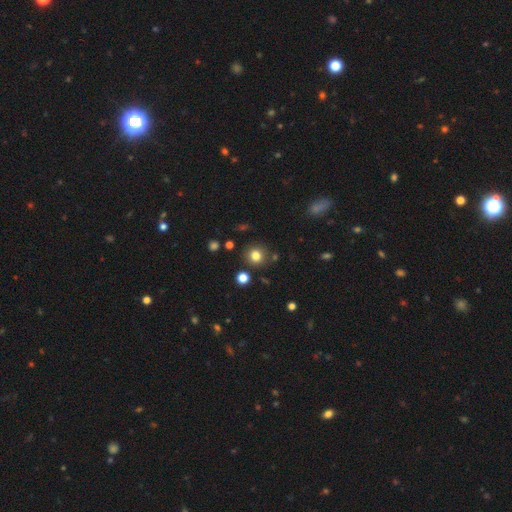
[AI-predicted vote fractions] A smooth galaxy with no disk features (81%) that is round (89%).

Vote fractions:
- Smooth or featured? smooth: 81% / star or artifact: 13% / featured or disk: 6%
- How rounded? round: 89% / in between: 10% / cigar-shaped: 1%
- Merging? none: 84% / minor disturbance: 9% / merger: 4% / major disturbance: 3%